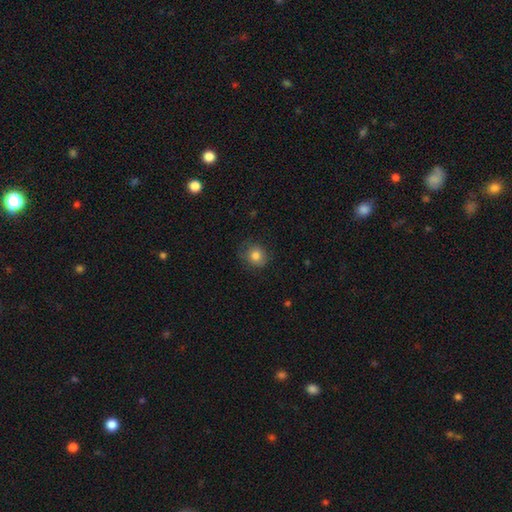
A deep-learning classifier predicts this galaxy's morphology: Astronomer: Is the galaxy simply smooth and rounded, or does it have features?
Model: smooth — 82%.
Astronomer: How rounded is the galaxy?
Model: round — 80%.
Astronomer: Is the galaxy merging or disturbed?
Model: none — 76%.